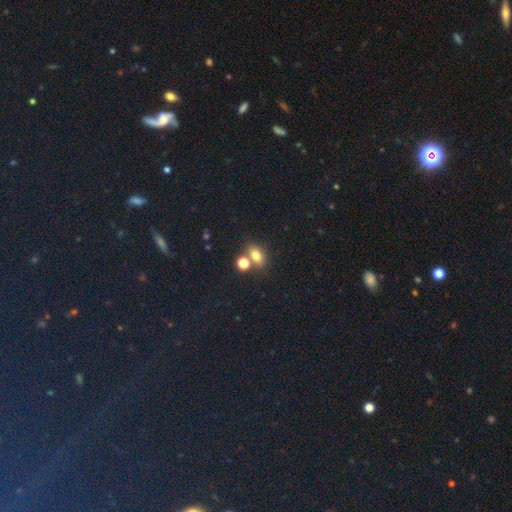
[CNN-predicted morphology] smooth-or-featured: smooth: 75% | star or artifact: 14% | featured or disk: 11%
  how-rounded: in between: 74% | round: 22% | cigar-shaped: 4%
  merging: none: 57% | merger: 28% | minor disturbance: 11% | major disturbance: 4%